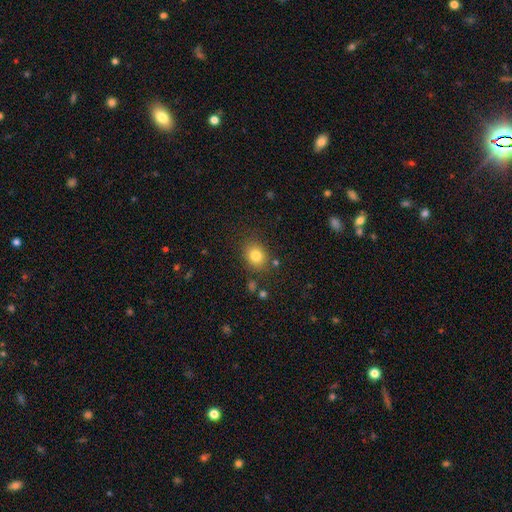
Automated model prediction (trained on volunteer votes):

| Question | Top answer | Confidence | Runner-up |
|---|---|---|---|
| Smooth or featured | smooth | 81% | star or artifact (11%) |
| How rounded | round | 61% | in between (39%) |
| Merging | none | 81% | minor disturbance (11%) |